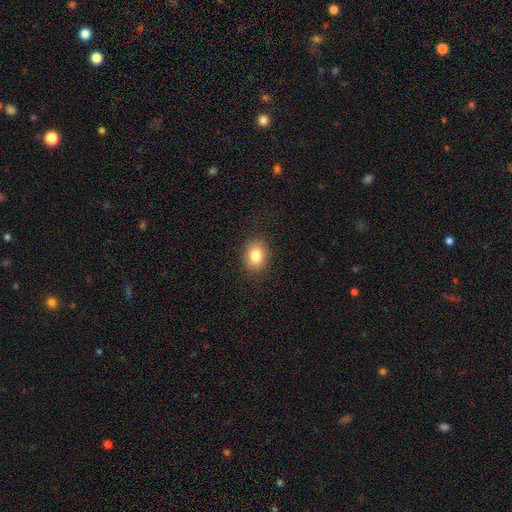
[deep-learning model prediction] smooth 83%, star or artifact 10%, featured or disk 8%. Down the decision tree: how rounded — in between (61%); merging — none (87%).